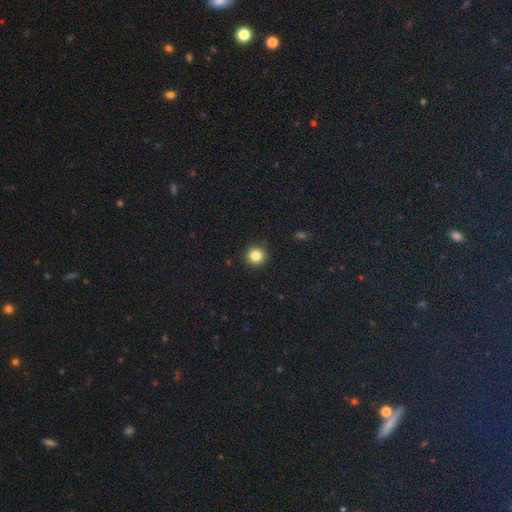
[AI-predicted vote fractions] Morphology: type=smooth (84%); roundness=round (95%); merging=none (92%).